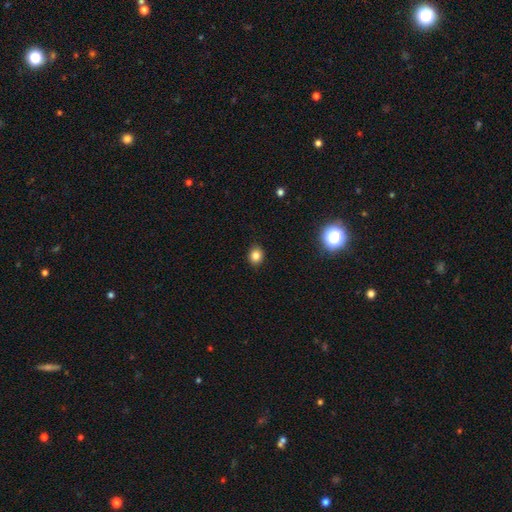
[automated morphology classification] Q: Smooth or featured?
A: smooth (82%); runner-up: star or artifact (13%)
Q: How rounded?
A: round (67%); runner-up: in between (32%)
Q: Merging?
A: none (90%); runner-up: minor disturbance (7%)